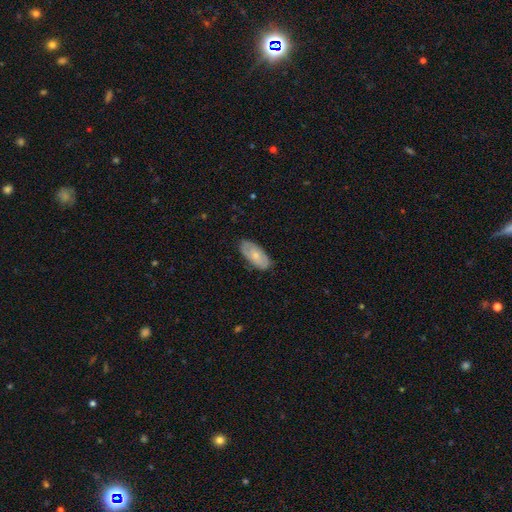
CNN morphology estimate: type=smooth (58%); roundness=in between (90%); merging=none (81%).